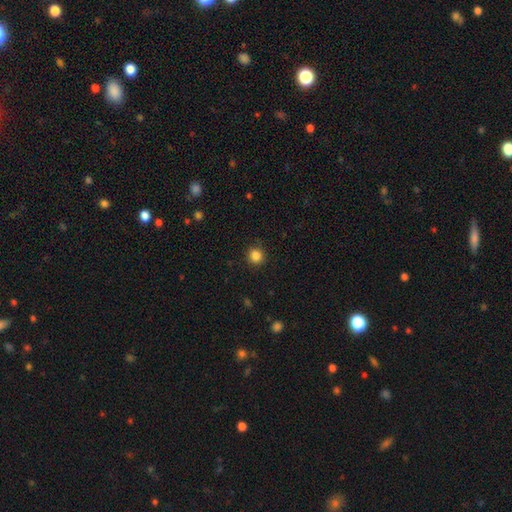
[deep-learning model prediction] Smooth or featured: smooth — 85% (star or artifact — 11%)
How rounded: round — 91% (in between — 8%)
Merging: none — 90% (minor disturbance — 7%)